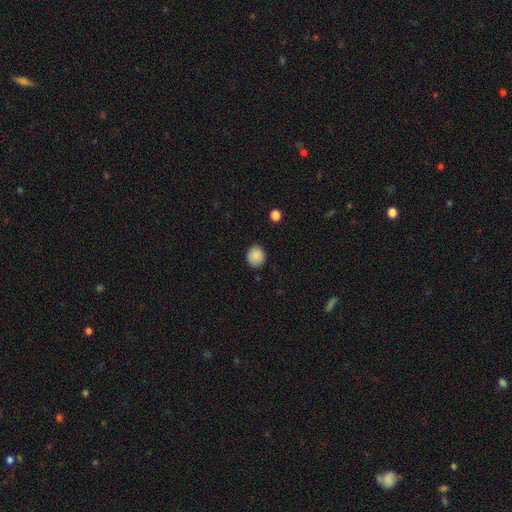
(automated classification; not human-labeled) The model was most divided on "how rounded": round: 81%, in between: 19%, cigar-shaped: 1%. More confident: smooth or featured — smooth (88%); merging — none (85%).